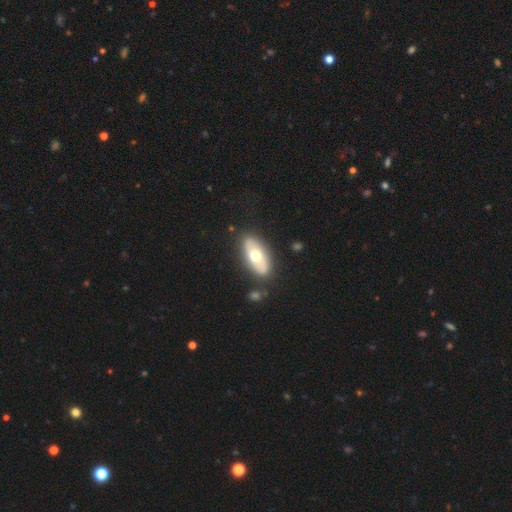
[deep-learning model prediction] Smooth or featured?
  - featured or disk: 48% *
  - smooth: 47%
  - star or artifact: 5%
Merging?
  - none: 83% *
  - minor disturbance: 11%
  - major disturbance: 3%
  - merger: 3%